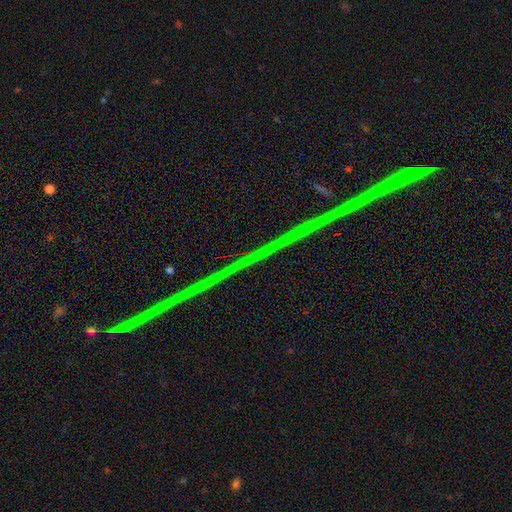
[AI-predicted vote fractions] Overall: star or artifact (84%).